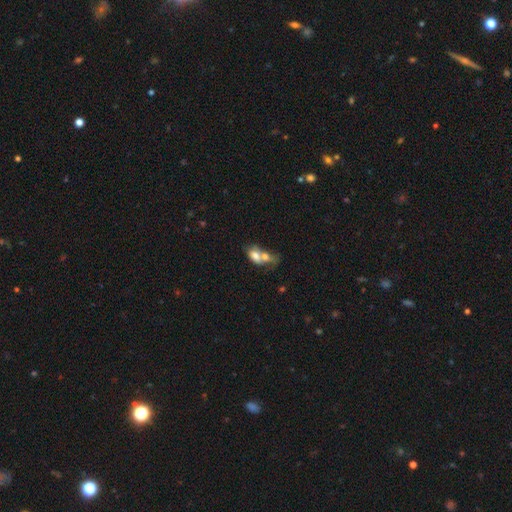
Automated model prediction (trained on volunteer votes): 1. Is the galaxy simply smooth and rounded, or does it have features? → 68% smooth, 24% featured or disk, 9% star or artifact.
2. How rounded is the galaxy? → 79% in between, 18% round, 3% cigar-shaped.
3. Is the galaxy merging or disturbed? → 73% merger, 14% none, 7% minor disturbance, 6% major disturbance.